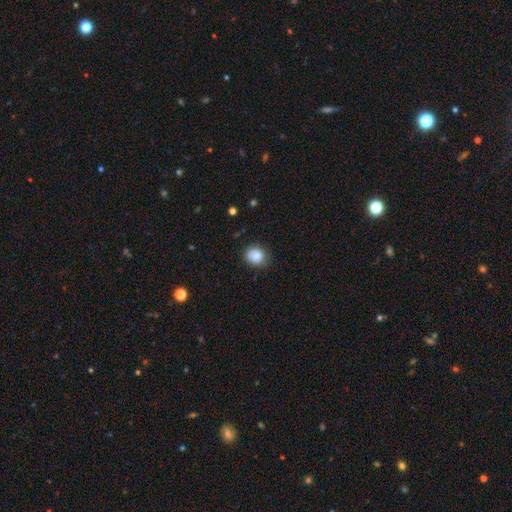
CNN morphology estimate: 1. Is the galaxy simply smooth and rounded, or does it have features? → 85% smooth, 9% star or artifact, 6% featured or disk.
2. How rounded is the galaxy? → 72% round, 27% in between, 1% cigar-shaped.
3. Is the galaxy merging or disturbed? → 74% none, 20% minor disturbance, 4% major disturbance, 2% merger.